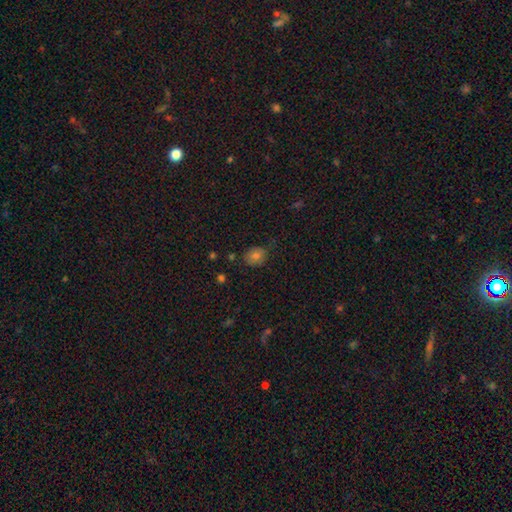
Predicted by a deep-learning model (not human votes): Smooth or featured: smooth — 72% (star or artifact — 16%)
How rounded: round — 67% (in between — 32%)
Merging: none — 70% (minor disturbance — 22%)